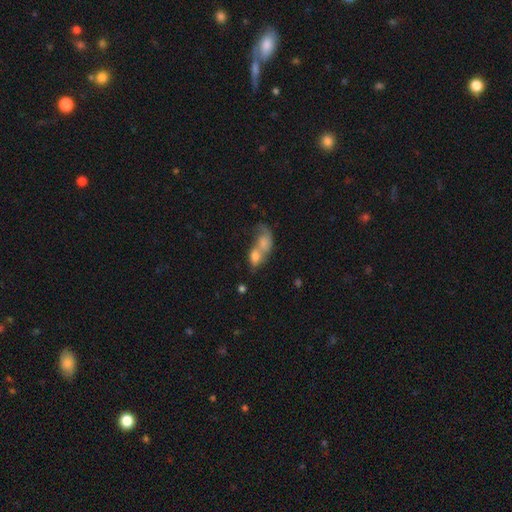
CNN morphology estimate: This is likely a smooth galaxy (67%). How rounded: likely in between (71%). Merging: likely merger (76%).